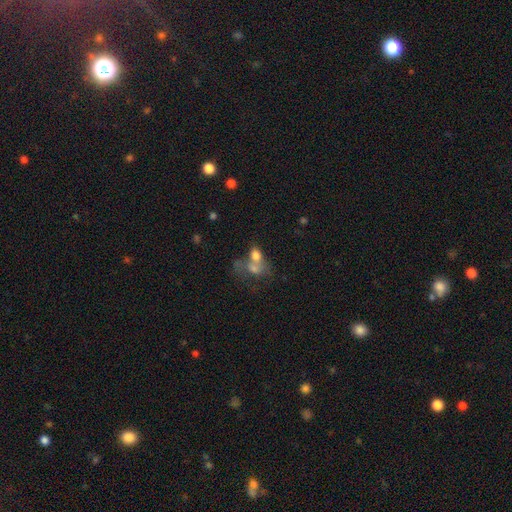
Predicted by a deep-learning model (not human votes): smooth 67%, featured or disk 21%, star or artifact 13%. Down the decision tree: how rounded — in between (63%); merging — merger (62%).